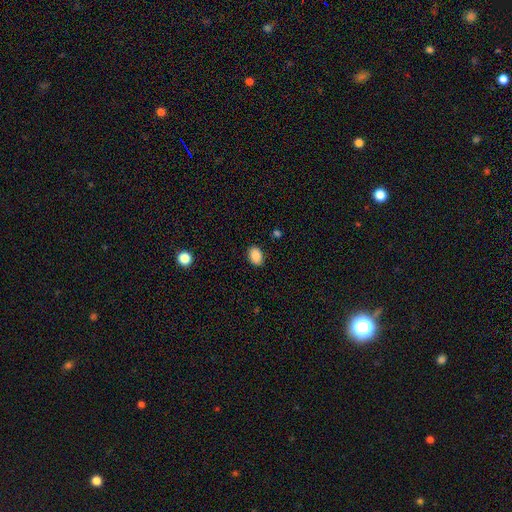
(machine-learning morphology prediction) This appears to be a smooth galaxy with no disk features (89%) that is in between round and cigar-shaped (79%). Merging: none (87%).